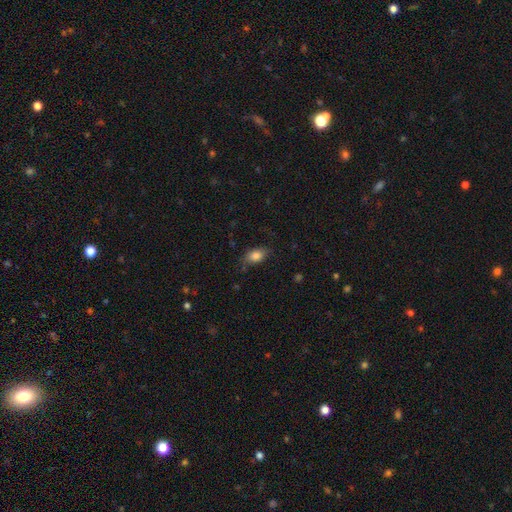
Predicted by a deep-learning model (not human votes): Smooth or featured?
  - smooth: 82% *
  - featured or disk: 10%
  - star or artifact: 8%
How rounded?
  - in between: 85% *
  - round: 10%
  - cigar-shaped: 4%
Merging?
  - none: 75% *
  - minor disturbance: 19%
  - major disturbance: 5%
  - merger: 1%